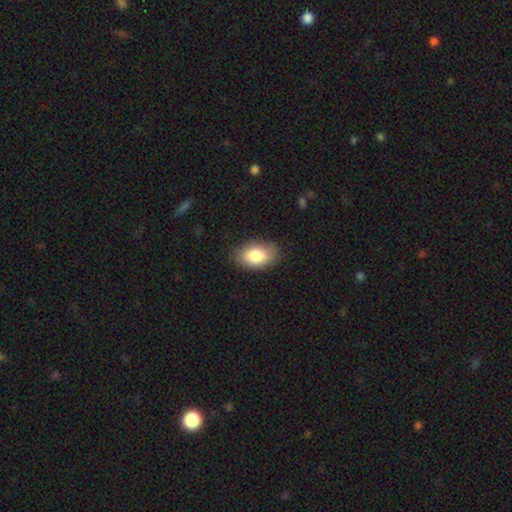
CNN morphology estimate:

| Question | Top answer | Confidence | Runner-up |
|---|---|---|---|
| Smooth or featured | smooth | 85% | featured or disk (8%) |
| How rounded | in between | 91% | round (8%) |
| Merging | none | 82% | minor disturbance (13%) |